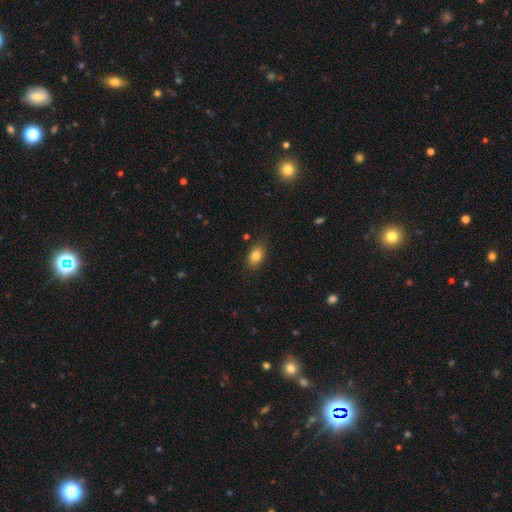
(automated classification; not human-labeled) The model was most divided on "merging": none: 81%, minor disturbance: 14%, major disturbance: 3%, merger: 1%. More confident: how rounded — in between (84%); smooth or featured — smooth (83%).